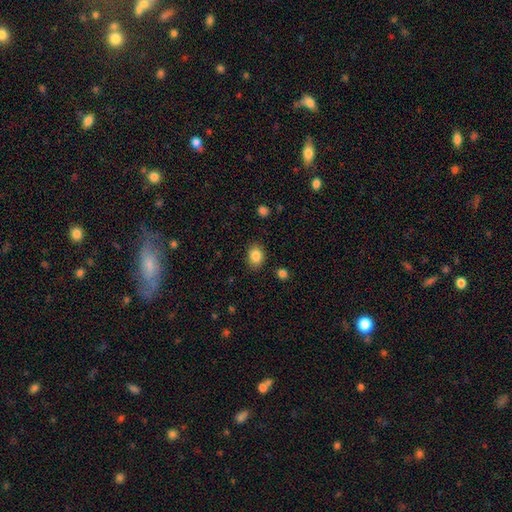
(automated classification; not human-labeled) Smooth or featured? smooth (86%)
How rounded? in between (58%)
Merging? none (87%)